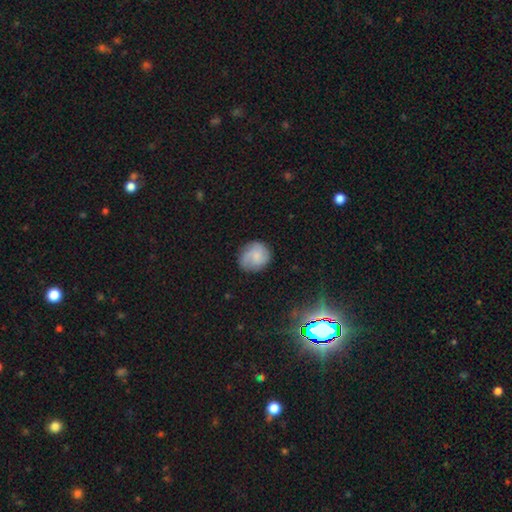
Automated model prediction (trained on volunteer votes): A smooth galaxy with no disk features (64%) that is round (78%).

Vote fractions:
- Smooth or featured? smooth: 64% / featured or disk: 28% / star or artifact: 8%
- How rounded? round: 78% / in between: 21% / cigar-shaped: 1%
- Merging? none: 72% / minor disturbance: 20% / major disturbance: 6% / merger: 1%